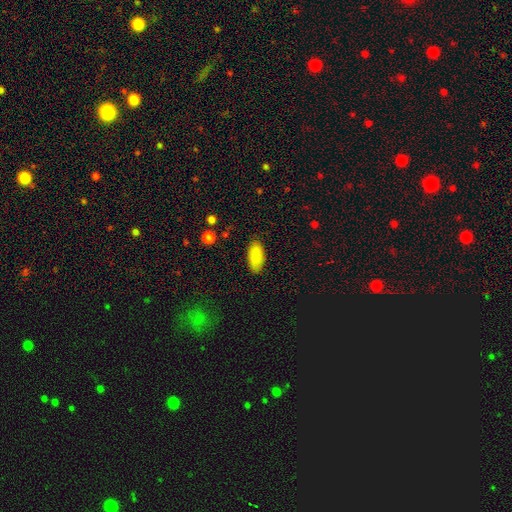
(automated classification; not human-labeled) This appears to be a smooth galaxy with no disk features (89%) that is in between round and cigar-shaped (90%). Merging: none (86%).